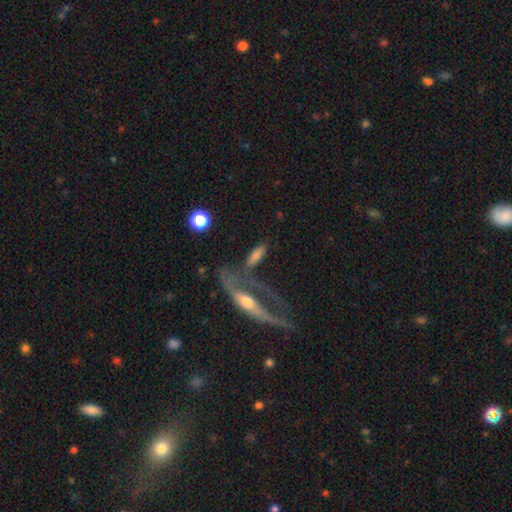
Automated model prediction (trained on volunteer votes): smooth 55%, featured or disk 37%, star or artifact 9%. Down the decision tree: how rounded — in between (47%, tied with cigar-shaped); merging — none (47%).